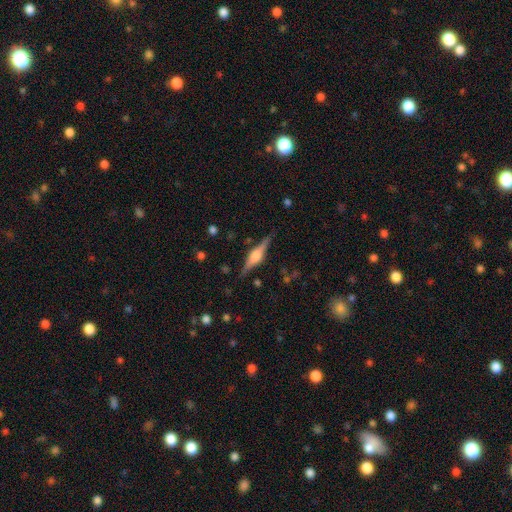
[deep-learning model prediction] A featured or disk galaxy (79%) viewed edge-on (98%) with a rounded central bulge (86%).

Vote fractions:
- Smooth or featured? featured or disk: 79% / smooth: 15% / star or artifact: 6%
- Edge-on disk? yes: 98% / no: 2%
- Edge-on bulge? rounded: 86% / boxy: 12% / none: 2%
- Merging? none: 87% / minor disturbance: 9% / major disturbance: 2% / merger: 1%